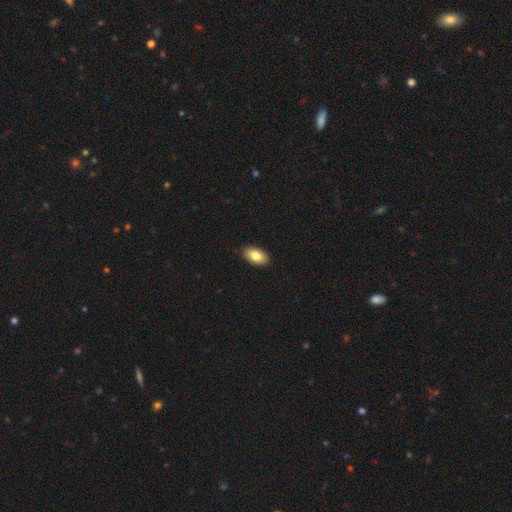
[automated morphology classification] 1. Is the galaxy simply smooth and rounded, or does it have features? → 82% smooth, 11% featured or disk, 7% star or artifact.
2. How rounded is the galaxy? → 94% in between, 4% round, 2% cigar-shaped.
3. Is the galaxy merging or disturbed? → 90% none, 8% minor disturbance, 2% major disturbance, 1% merger.